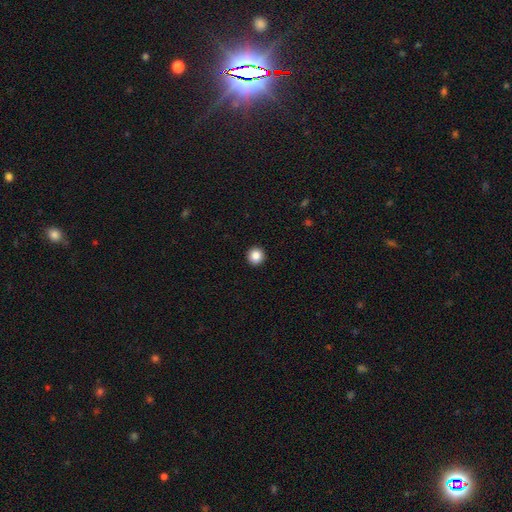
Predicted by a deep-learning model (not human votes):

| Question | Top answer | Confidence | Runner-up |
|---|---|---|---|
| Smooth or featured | smooth | 86% | star or artifact (10%) |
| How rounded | round | 95% | in between (4%) |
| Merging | none | 94% | minor disturbance (4%) |